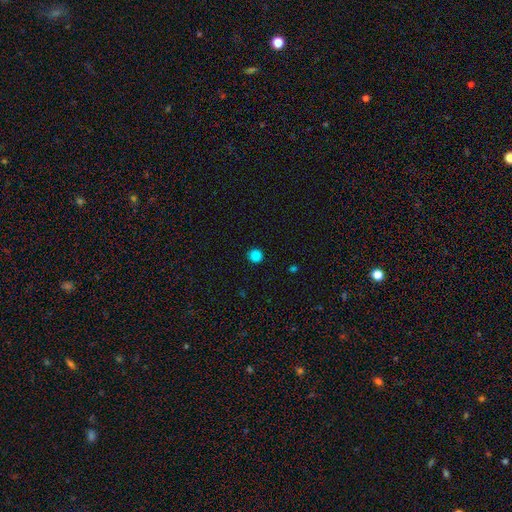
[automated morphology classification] smooth 85%, star or artifact 13%, featured or disk 2%. Down the decision tree: how rounded — round (94%); merging — none (91%).